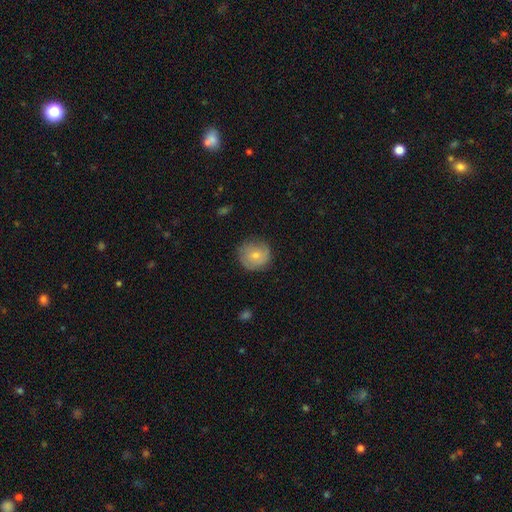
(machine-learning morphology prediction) This is likely a smooth galaxy (62%). How rounded: clearly round (91%). Merging: likely none (76%).